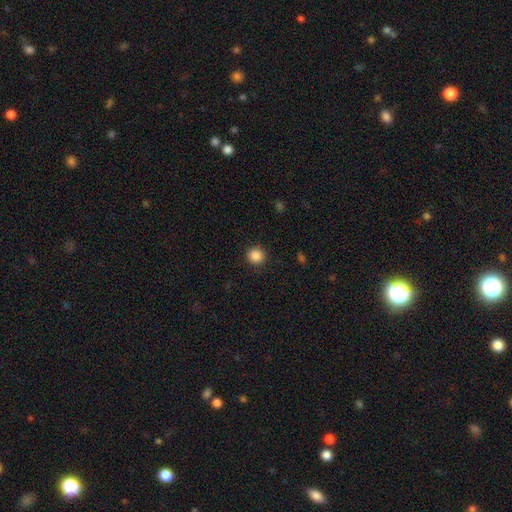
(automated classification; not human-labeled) A smooth galaxy with no disk features (87%) that is round (93%). Merging: none (91%).